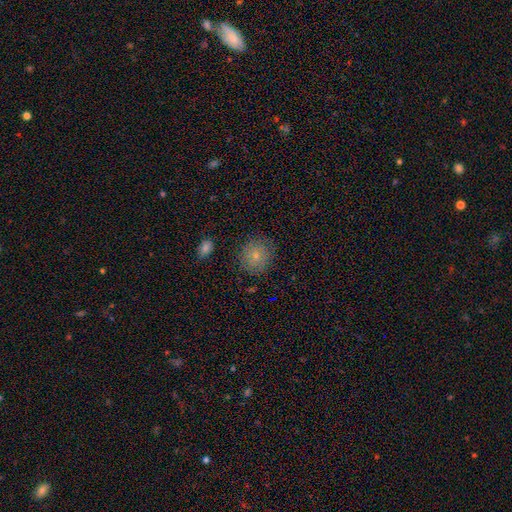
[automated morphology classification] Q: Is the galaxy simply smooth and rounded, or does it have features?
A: smooth — 75%.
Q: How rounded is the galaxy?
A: round — 87%.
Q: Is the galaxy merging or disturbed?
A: none — 84%.